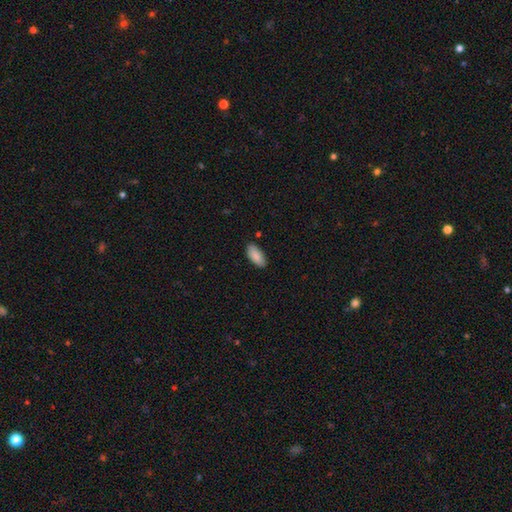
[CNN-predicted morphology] type=smooth (89%); roundness=in between (89%); merging=none (84%).